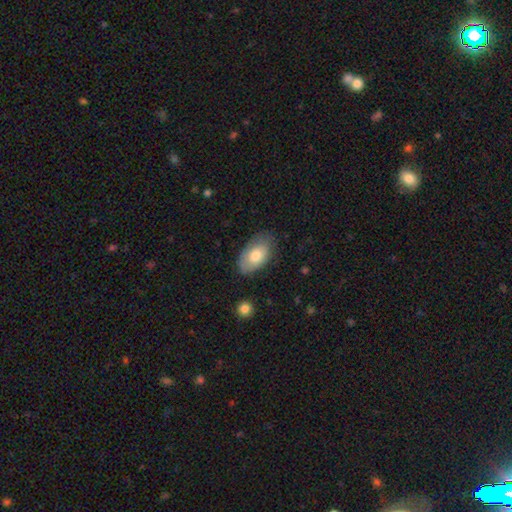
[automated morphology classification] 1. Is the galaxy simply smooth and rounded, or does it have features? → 74% smooth, 20% featured or disk, 6% star or artifact.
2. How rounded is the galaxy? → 94% in between, 4% round, 2% cigar-shaped.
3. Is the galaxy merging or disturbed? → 72% none, 22% minor disturbance, 5% major disturbance, 1% merger.